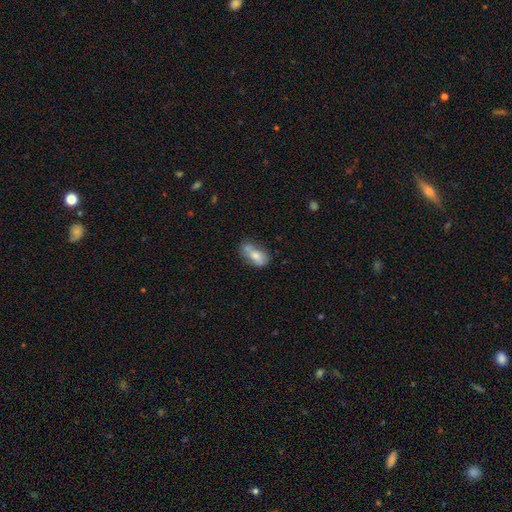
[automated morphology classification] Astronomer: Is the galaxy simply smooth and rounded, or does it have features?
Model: smooth — 66%.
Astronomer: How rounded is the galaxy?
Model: in between — 82%.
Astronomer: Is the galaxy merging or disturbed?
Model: none — 41% (runner-up: merger, 27%).